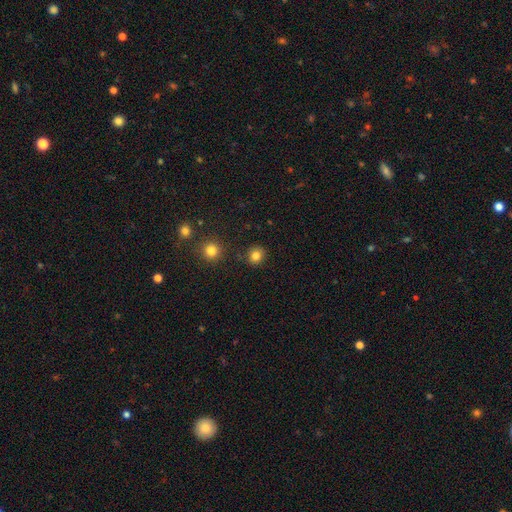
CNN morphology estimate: Q: Smooth or featured?
A: smooth (82%); runner-up: star or artifact (13%)
Q: How rounded?
A: round (85%); runner-up: in between (14%)
Q: Merging?
A: none (88%); runner-up: minor disturbance (7%)